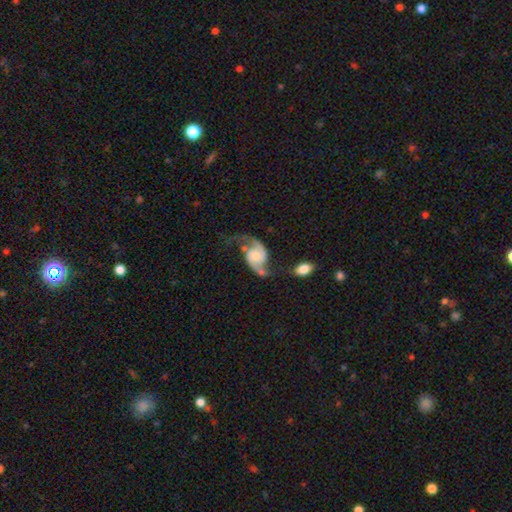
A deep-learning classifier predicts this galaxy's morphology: A featured or disk galaxy (89%) with no bar (69%), 2 (93%) loose (60%) spiral arms (97%) and a moderate central bulge (44%).

Vote fractions:
- Smooth or featured? featured or disk: 89% / smooth: 6% / star or artifact: 5%
- Edge-on disk? no: 98% / yes: 2%
- Bar? no: 69% / weak: 25% / strong: 6%
- Spiral arms? yes: 97% / no: 3%
- Spiral winding? loose: 60% / medium: 32% / tight: 8%
- Spiral arm count? 2: 93% / 1: 2% / can't tell: 2% / 3: 1% / 4: 1% / more than 4: 1%
- Bulge size? moderate: 44% / small: 37% / large: 10% / none: 6% / dominant: 2%
- Merging? none: 50% / minor disturbance: 19% / major disturbance: 18% / merger: 14%